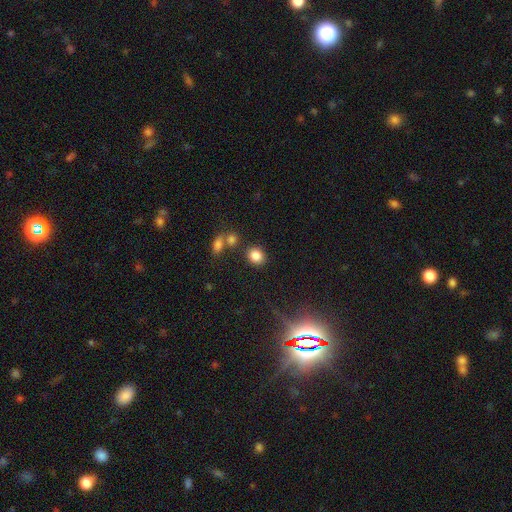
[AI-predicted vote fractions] The model was most divided on "how rounded": round: 61%, in between: 38%, cigar-shaped: 1%. More confident: smooth or featured — smooth (83%); merging — none (75%).